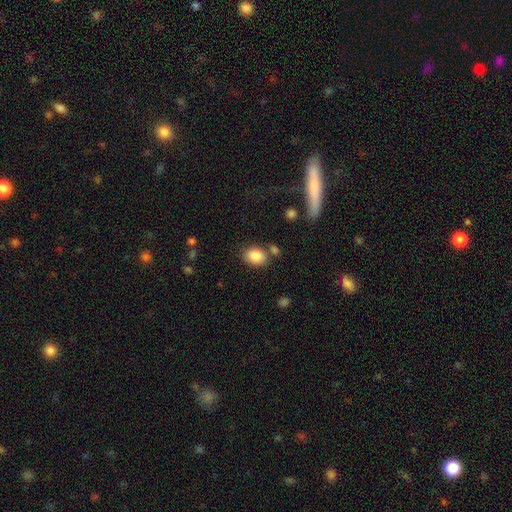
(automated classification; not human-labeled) Morphology: type=smooth (86%); roundness=in between (72%); merging=none (73%).